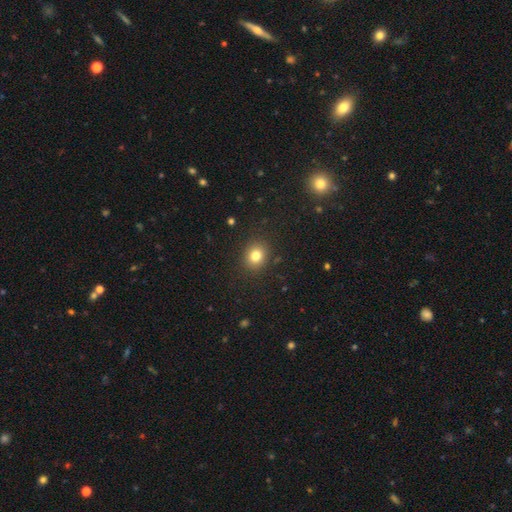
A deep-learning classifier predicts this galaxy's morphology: This is clearly a smooth galaxy (81%). How rounded: likely round (70%). Merging: clearly none (89%).